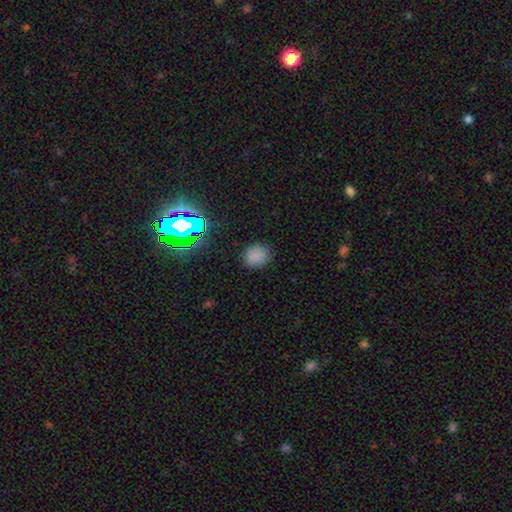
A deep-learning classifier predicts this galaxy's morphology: Smooth or featured?
  - smooth: 78% *
  - star or artifact: 17%
  - featured or disk: 5%
How rounded?
  - round: 70% *
  - in between: 29%
  - cigar-shaped: 1%
Merging?
  - none: 84% *
  - minor disturbance: 11%
  - major disturbance: 3%
  - merger: 1%